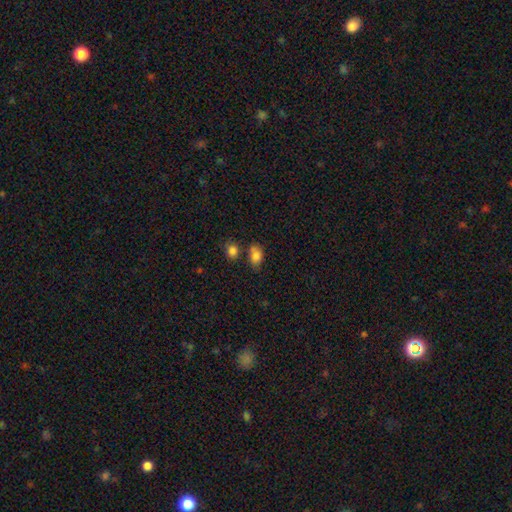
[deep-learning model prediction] A smooth galaxy with no disk features (82%) that is in between round and cigar-shaped (79%).

Vote fractions:
- Smooth or featured? smooth: 82% / star or artifact: 10% / featured or disk: 8%
- How rounded? in between: 79% / round: 20% / cigar-shaped: 2%
- Merging? none: 58% / minor disturbance: 19% / merger: 18% / major disturbance: 5%